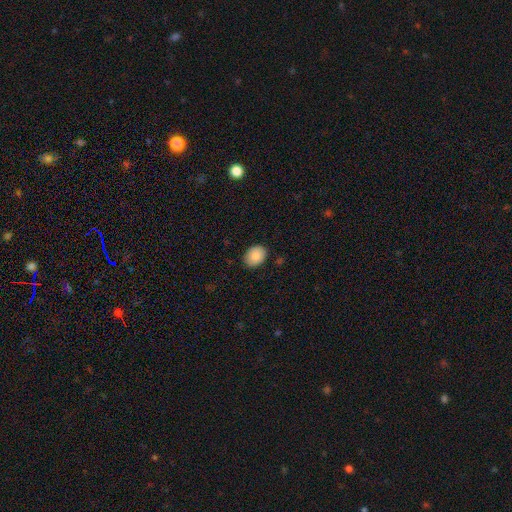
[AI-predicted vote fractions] Morphology: type=smooth (85%); roundness=in between (65%); merging=none (87%).